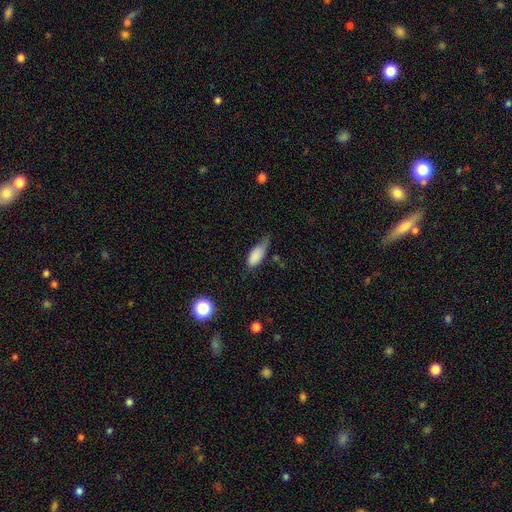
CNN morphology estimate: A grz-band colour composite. It shows a smooth galaxy with no disk features (84%) that is in between round and cigar-shaped (80%). Merging: minor disturbance (49%).